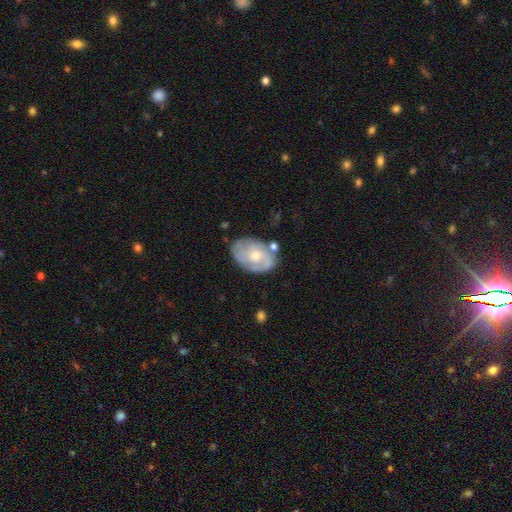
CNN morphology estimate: smooth-or-featured: featured or disk: 65% | smooth: 29% | star or artifact: 6%
  disk-edge-on: no: 96% | yes: 4%
    bar: no: 73% | weak: 24% | strong: 3%
    has-spiral-arms: yes: 78% | no: 22%
    bulge-size: moderate: 61% | small: 33% | large: 3% | none: 2% | dominant: 1%
  merging: none: 65% | minor disturbance: 21% | merger: 7% | major disturbance: 7%